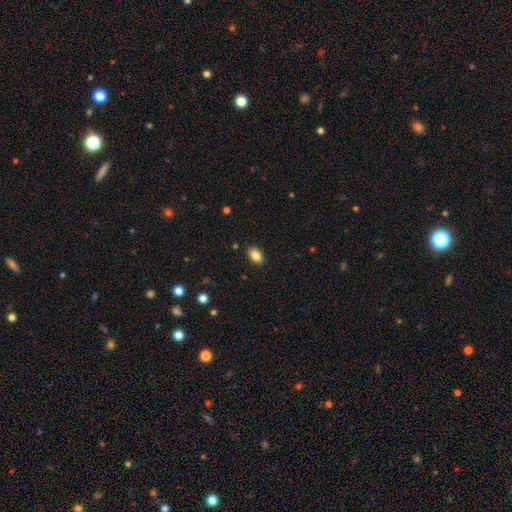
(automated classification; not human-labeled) Smooth or featured: smooth — 85% (star or artifact — 9%)
How rounded: in between — 86% (round — 13%)
Merging: none — 88% (minor disturbance — 9%)